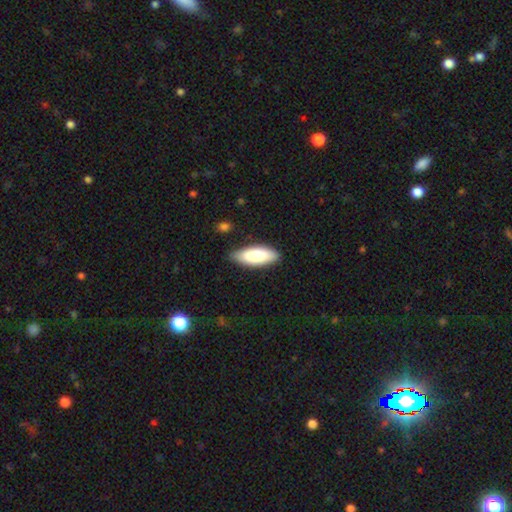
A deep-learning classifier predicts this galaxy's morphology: smooth-or-featured: smooth: 86% | featured or disk: 9% | star or artifact: 5%
  how-rounded: in between: 73% | cigar-shaped: 26% | round: 2%
  merging: none: 81% | minor disturbance: 15% | major disturbance: 3% | merger: 2%